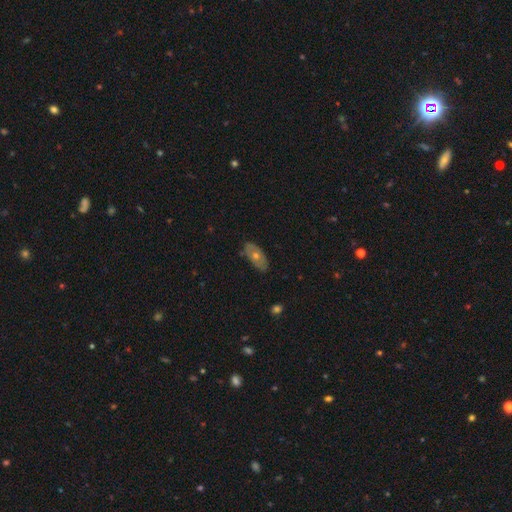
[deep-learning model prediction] This appears to be a featured or disk galaxy (48%). Merging: none (77%).